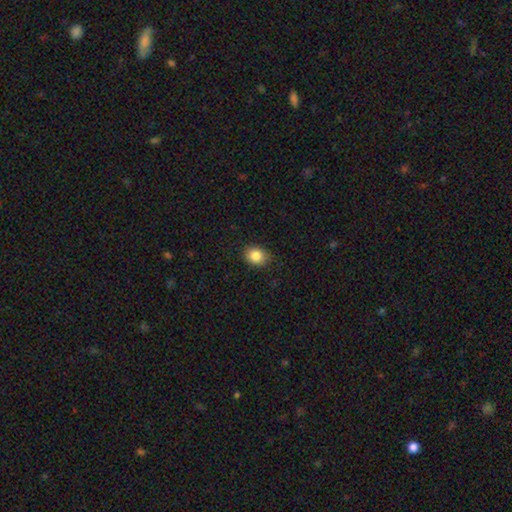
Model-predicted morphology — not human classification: type=smooth (86%); roundness=round (51%); merging=none (86%).